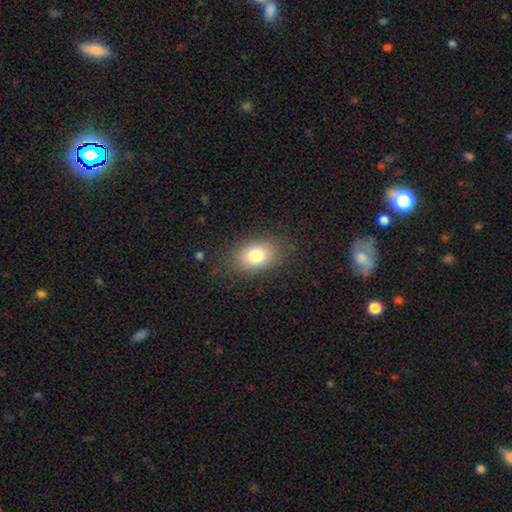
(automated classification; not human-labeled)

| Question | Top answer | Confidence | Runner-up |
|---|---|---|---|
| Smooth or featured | smooth | 79% | featured or disk (11%) |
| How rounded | in between | 82% | round (16%) |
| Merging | none | 82% | minor disturbance (12%) |